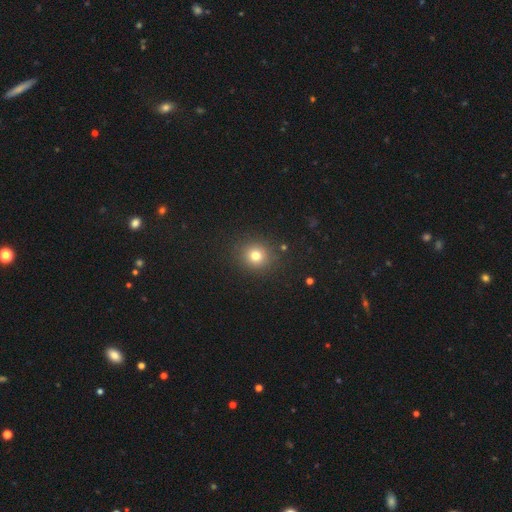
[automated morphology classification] smooth_or_featured: smooth (p=0.76) [alt: star or artifact p=0.16]
how_rounded: round (p=0.87) [alt: in between p=0.12]
merging: none (p=0.89) [alt: minor disturbance p=0.07]